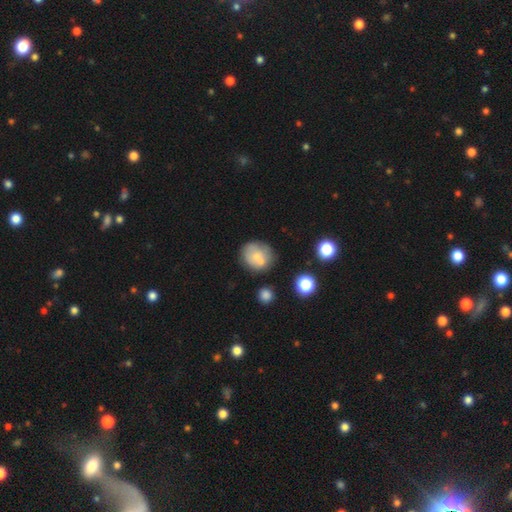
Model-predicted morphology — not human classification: smooth-or-featured: smooth: 64% | featured or disk: 26% | star or artifact: 10%
  how-rounded: round: 76% | in between: 23% | cigar-shaped: 1%
  merging: none: 55% | merger: 21% | minor disturbance: 17% | major disturbance: 7%